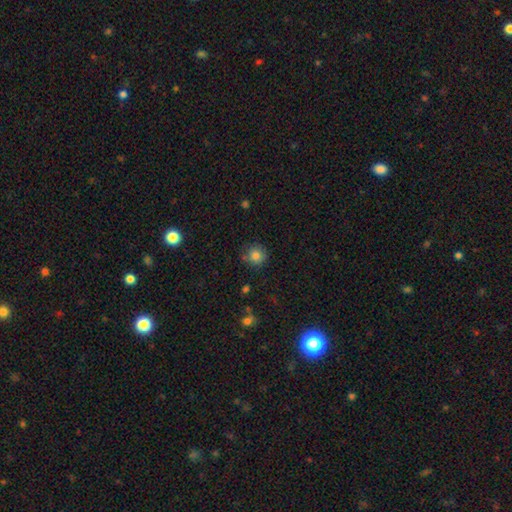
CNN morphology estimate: smooth_or_featured: smooth (p=0.82) [alt: star or artifact p=0.12]
how_rounded: round (p=0.93) [alt: in between p=0.06]
merging: none (p=0.80) [alt: minor disturbance p=0.13]